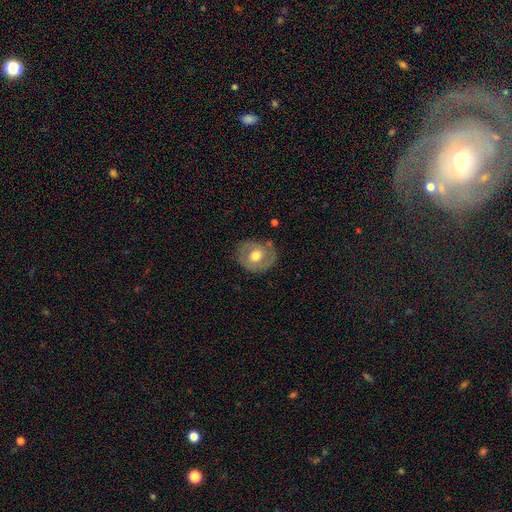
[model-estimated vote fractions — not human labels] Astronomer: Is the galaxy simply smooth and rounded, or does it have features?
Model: featured or disk — 49% (runner-up: smooth, 44%).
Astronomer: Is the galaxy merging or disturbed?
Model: none — 75%.